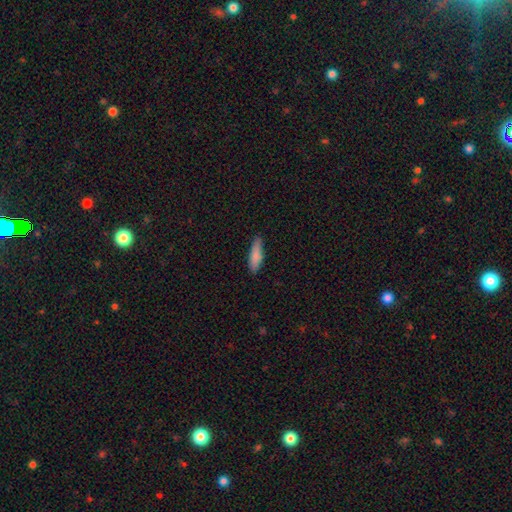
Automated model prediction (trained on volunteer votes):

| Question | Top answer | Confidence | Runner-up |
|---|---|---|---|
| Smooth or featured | smooth | 85% | featured or disk (9%) |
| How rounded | cigar-shaped | 64% | in between (35%) |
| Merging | none | 83% | minor disturbance (14%) |